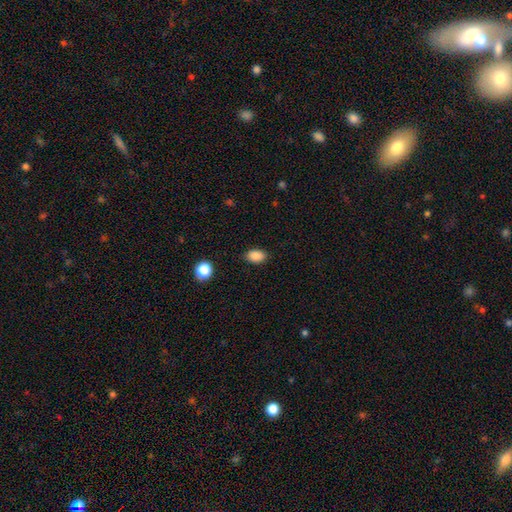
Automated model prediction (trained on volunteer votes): smooth_or_featured: smooth (p=0.88) [alt: star or artifact p=0.09]
how_rounded: in between (p=0.83) [alt: round p=0.15]
merging: none (p=0.87) [alt: minor disturbance p=0.10]